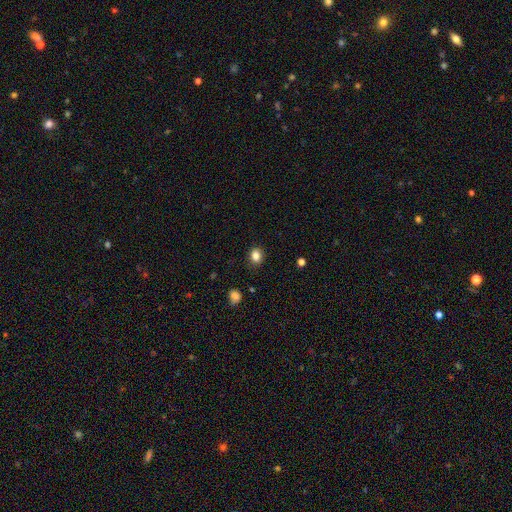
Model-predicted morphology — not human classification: Overall: smooth (84%). How rounded: round (50%; in between 49%). Merging: none (86%).